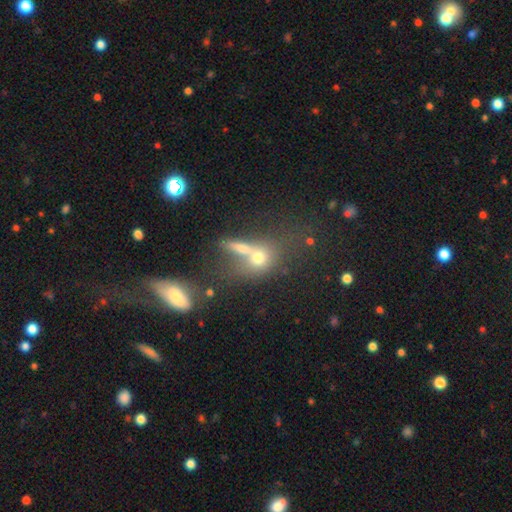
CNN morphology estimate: Smooth or featured?
  - smooth: 62% *
  - featured or disk: 22%
  - star or artifact: 16%
How rounded?
  - in between: 46% *
  - round: 44%
  - cigar-shaped: 10%
Merging?
  - merger: 51% *
  - none: 30%
  - major disturbance: 10%
  - minor disturbance: 10%